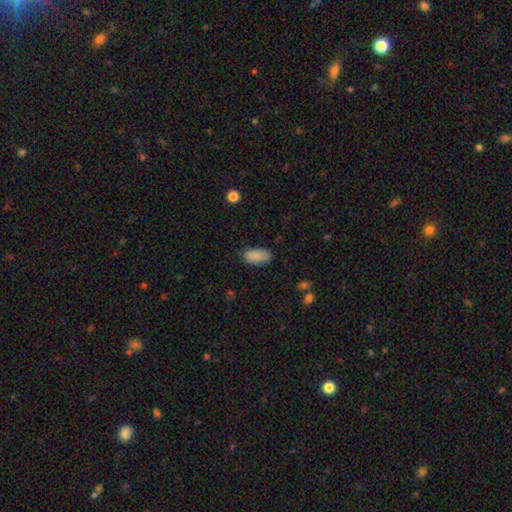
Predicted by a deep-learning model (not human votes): This appears to be a smooth galaxy with no disk features (87%) that is in between round and cigar-shaped (94%). Merging: none (79%).